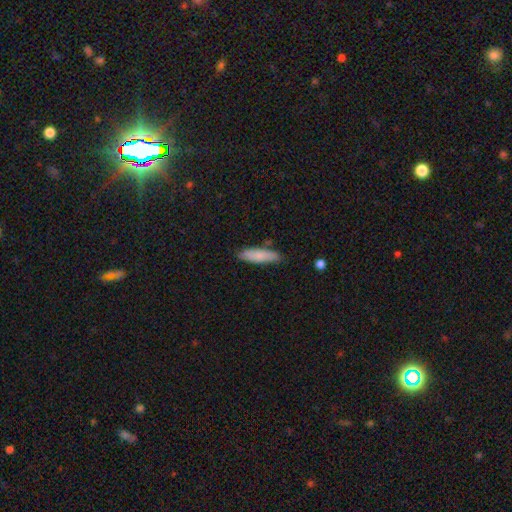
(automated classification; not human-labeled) Smooth or featured? smooth (78%)
How rounded? cigar-shaped (76%)
Merging? none (86%)